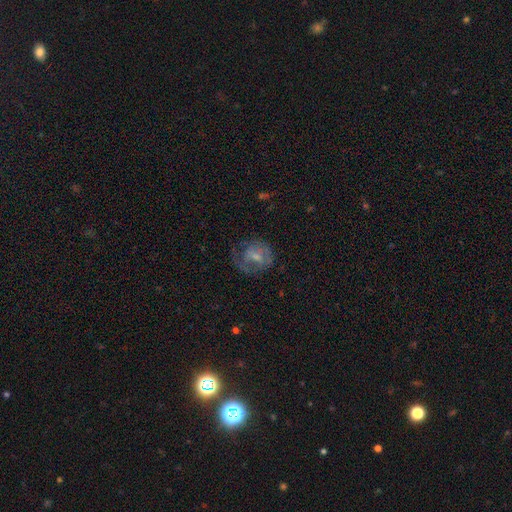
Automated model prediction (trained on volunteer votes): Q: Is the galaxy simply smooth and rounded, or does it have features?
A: featured or disk — 48%.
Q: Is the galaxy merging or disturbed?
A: none — 47%.